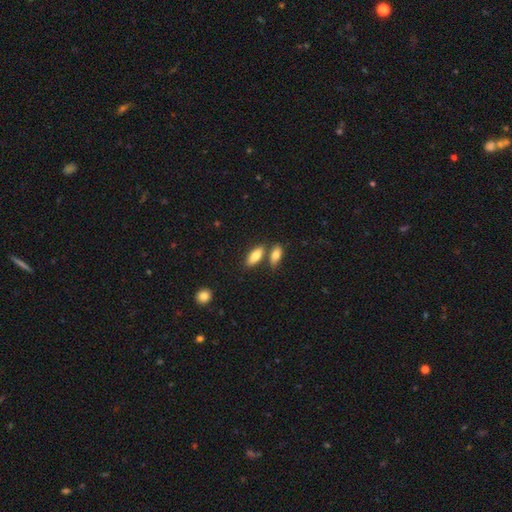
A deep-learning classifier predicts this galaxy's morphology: smooth 81%, featured or disk 13%, star or artifact 6%. Down the decision tree: how rounded — in between (77%); merging — none (64%).